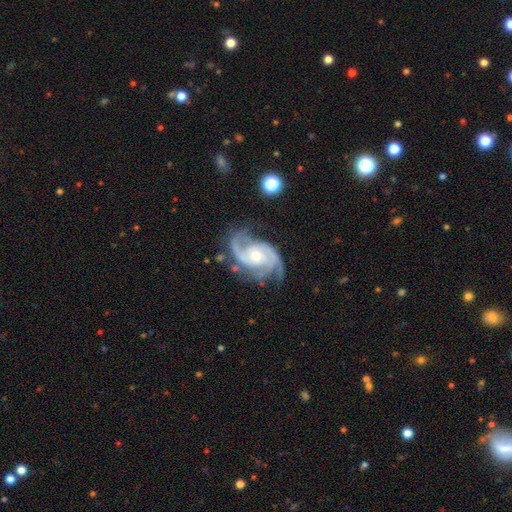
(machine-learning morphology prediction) type=featured or disk (92%); edge-on=no (98%); bar=no (57%); spiral arms=yes (98%); winding=medium (53%); arm count=2 (54%); bulge=moderate (54%); merging=none (67%).